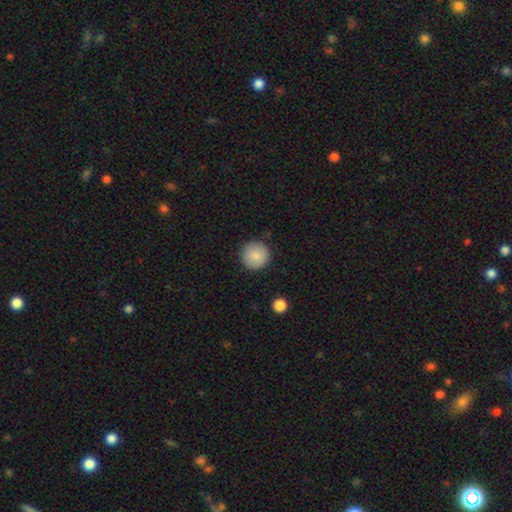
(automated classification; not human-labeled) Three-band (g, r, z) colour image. It shows a smooth galaxy with no disk features (87%) that is round (95%). Merging: none (89%).